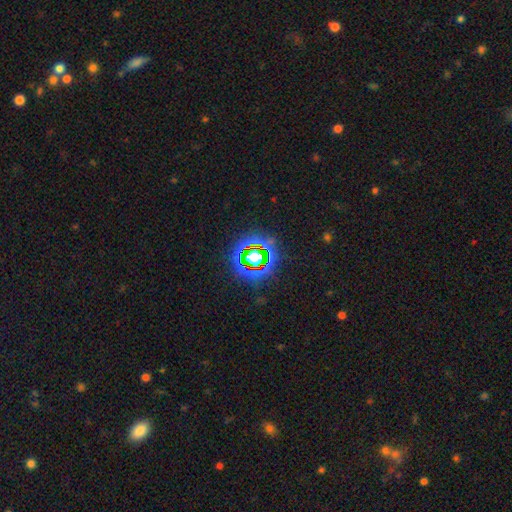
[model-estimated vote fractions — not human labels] The model was most divided on "smooth or featured": star or artifact: 74%, smooth: 16%, featured or disk: 11%.